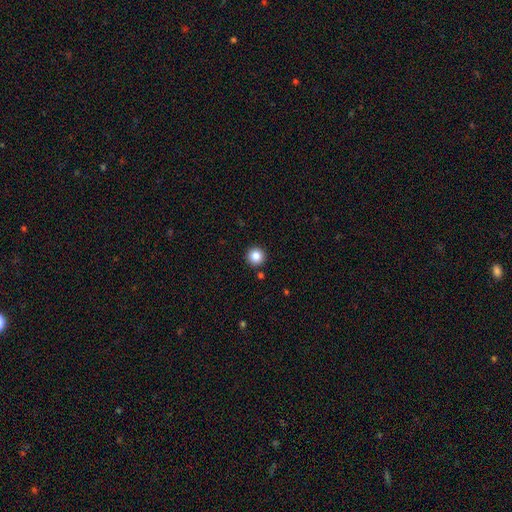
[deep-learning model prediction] smooth_or_featured: smooth (p=0.85) [alt: star or artifact p=0.10]
how_rounded: round (p=0.96) [alt: in between p=0.03]
merging: none (p=0.92) [alt: minor disturbance p=0.05]